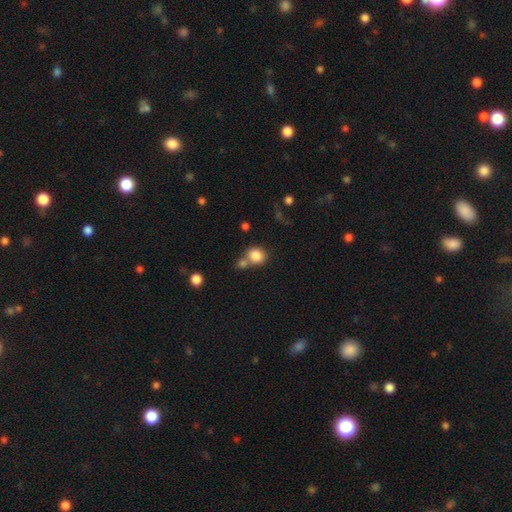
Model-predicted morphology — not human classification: A smooth galaxy with no disk features (83%) that is round (79%). Merging: none (50%).